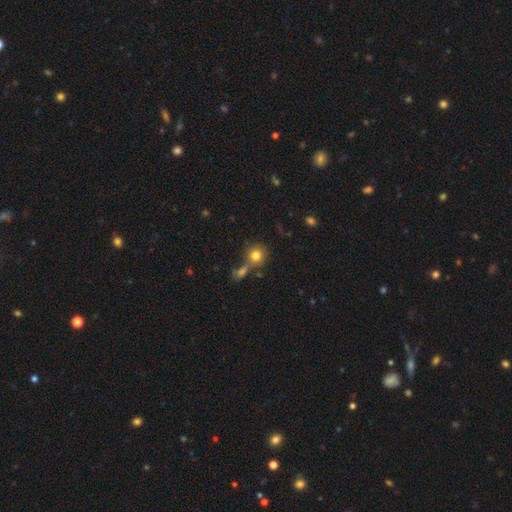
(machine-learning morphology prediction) smooth_or_featured: smooth (p=0.79) [alt: star or artifact p=0.11]
how_rounded: round (p=0.87) [alt: in between p=0.11]
merging: none (p=0.60) [alt: merger p=0.24]